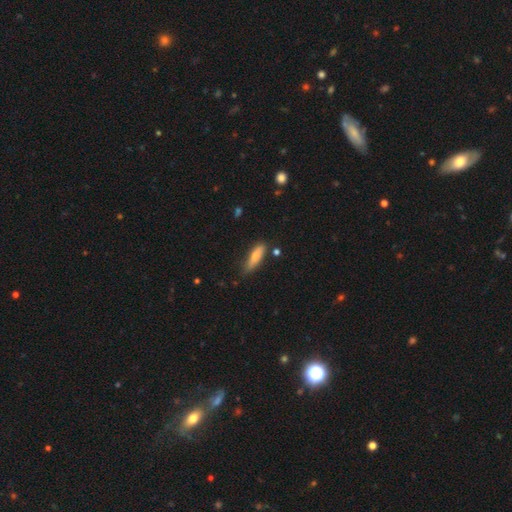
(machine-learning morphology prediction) smooth_or_featured: smooth (p=0.74) [alt: featured or disk p=0.19]
how_rounded: cigar-shaped (p=0.63) [alt: in between p=0.36]
merging: none (p=0.69) [alt: minor disturbance p=0.24]